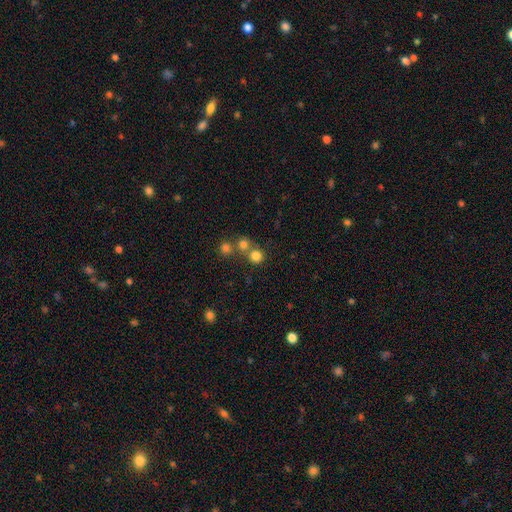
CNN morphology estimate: A smooth galaxy with no disk features (77%) that is round (92%).

Vote fractions:
- Smooth or featured? smooth: 77% / star or artifact: 15% / featured or disk: 7%
- How rounded? round: 92% / in between: 7% / cigar-shaped: 1%
- Merging? none: 61% / merger: 30% / minor disturbance: 6% / major disturbance: 3%